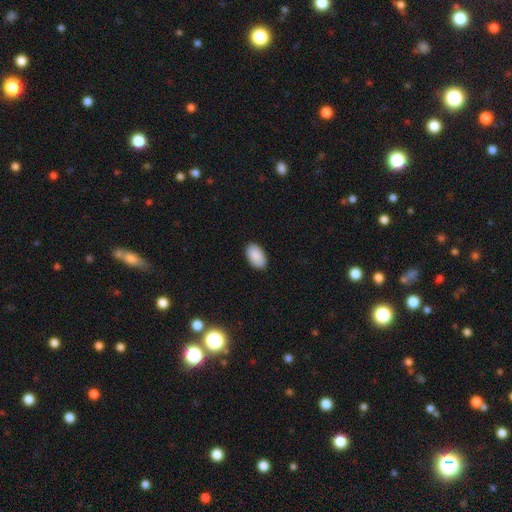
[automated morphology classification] type=smooth (90%); roundness=in between (95%); merging=none (89%).